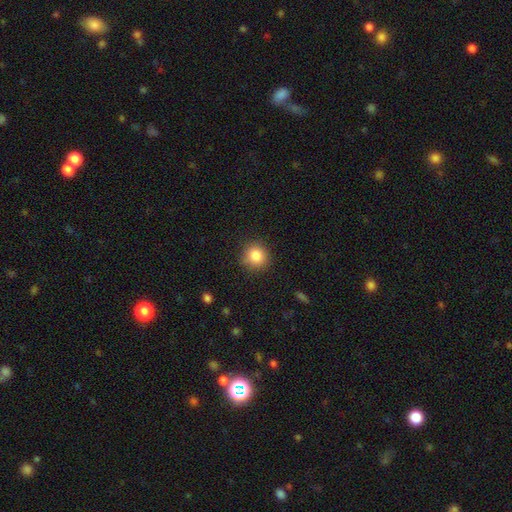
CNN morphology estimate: smooth-or-featured: smooth: 85% | star or artifact: 10% | featured or disk: 5%
  how-rounded: round: 90% | in between: 9% | cigar-shaped: 1%
  merging: none: 87% | minor disturbance: 9% | major disturbance: 2% | merger: 1%